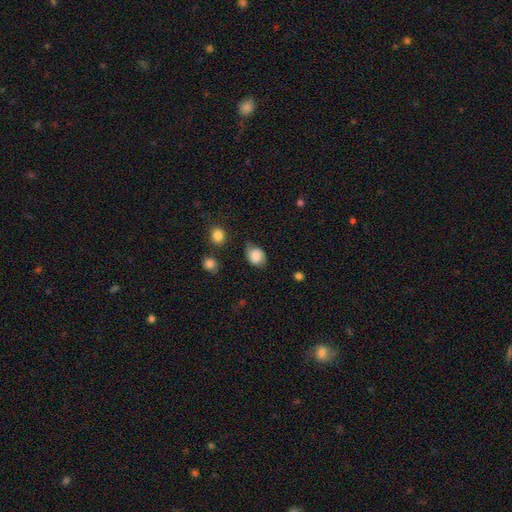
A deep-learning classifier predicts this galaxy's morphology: Smooth or featured: smooth — 65% (featured or disk — 26%)
How rounded: in between — 59% (round — 40%)
Merging: none — 69% (minor disturbance — 23%)